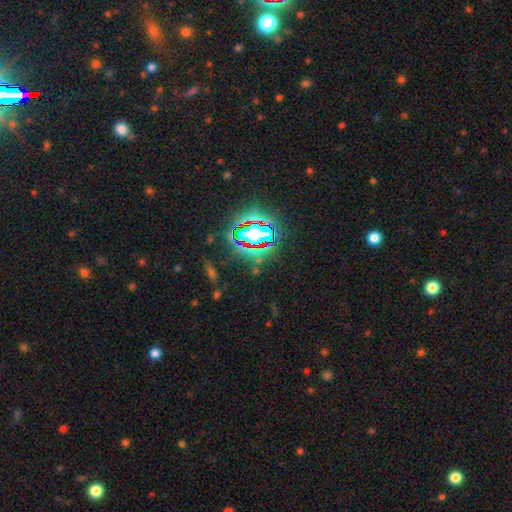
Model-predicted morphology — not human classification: Smooth or featured? star or artifact (81%)